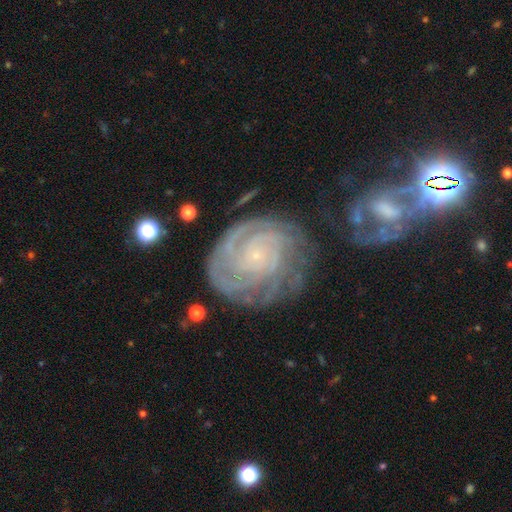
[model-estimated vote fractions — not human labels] Q: Smooth or featured?
A: featured or disk (89%); runner-up: smooth (6%)
Q: Edge-on disk?
A: no (98%); runner-up: yes (2%)
Q: Bar?
A: no (77%); runner-up: weak (17%)
Q: Spiral arms?
A: yes (98%); runner-up: no (2%)
Q: Spiral winding?
A: tight (84%); runner-up: medium (14%)
Q: Spiral arm count?
A: can't tell (23%); runner-up: 3 (22%)
Q: Bulge size?
A: small (88%); runner-up: moderate (6%)
Q: Merging?
A: none (65%); runner-up: minor disturbance (18%)